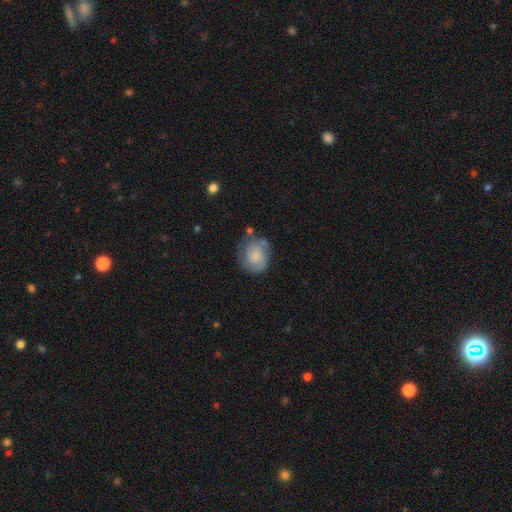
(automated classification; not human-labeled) Morphology: type=smooth (61%); roundness=round (70%); merging=none (60%).